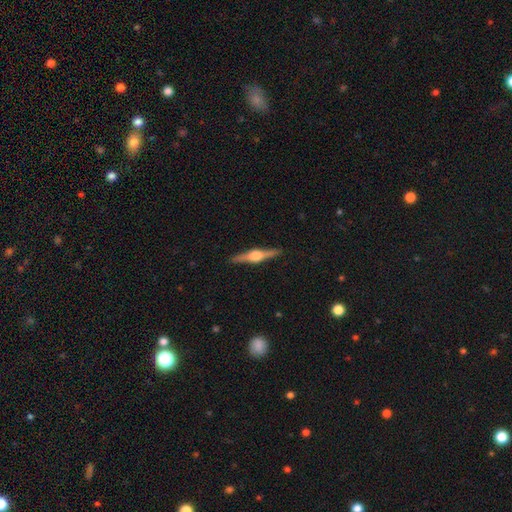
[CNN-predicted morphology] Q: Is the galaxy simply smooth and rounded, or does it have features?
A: featured or disk — 78%.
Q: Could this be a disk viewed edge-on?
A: yes — 98%.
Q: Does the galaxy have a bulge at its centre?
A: rounded — 94%.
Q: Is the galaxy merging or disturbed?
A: none — 91%.